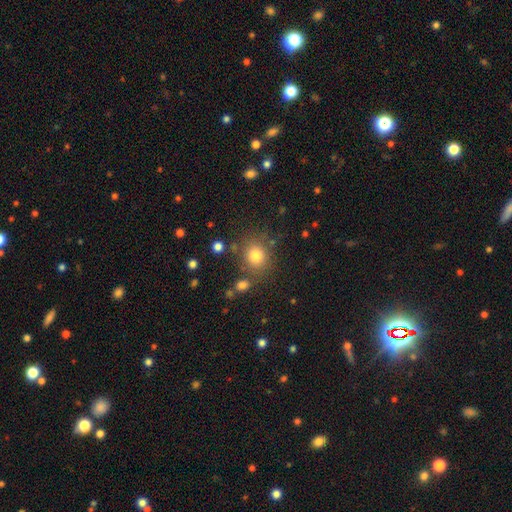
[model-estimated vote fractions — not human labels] The model was most divided on "how rounded": round: 80%, in between: 19%, cigar-shaped: 1%. More confident: smooth or featured — smooth (79%); merging — none (78%).